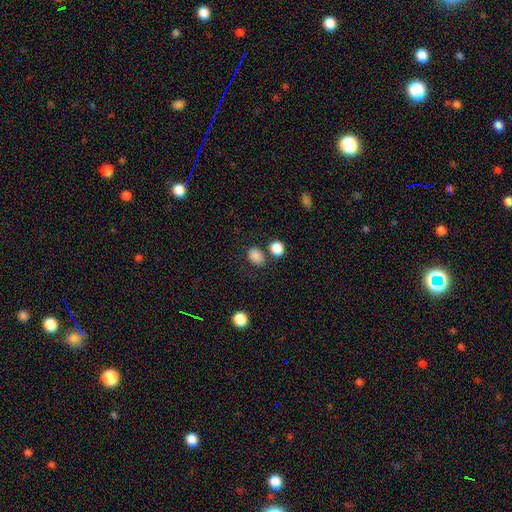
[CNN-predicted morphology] Smooth or featured: smooth — 86% (star or artifact — 10%)
How rounded: in between — 63% (round — 36%)
Merging: none — 72% (minor disturbance — 13%)